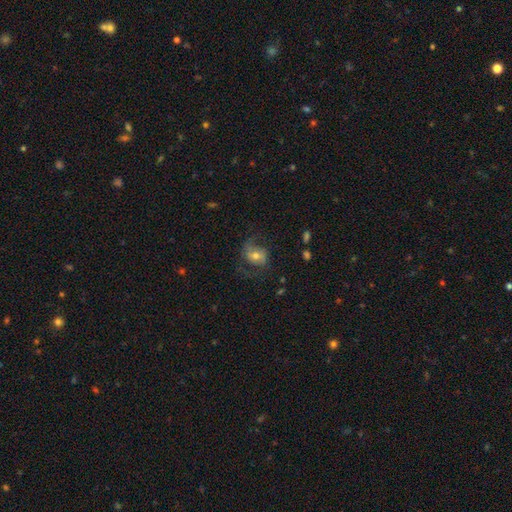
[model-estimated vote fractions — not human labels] A featured or disk galaxy (56%) with no bar (48%), spiral arms (84%) and a moderate central bulge (59%).

Vote fractions:
- Smooth or featured? featured or disk: 56% / smooth: 35% / star or artifact: 10%
- Edge-on disk? no: 96% / yes: 4%
- Bar? no: 48% / weak: 36% / strong: 16%
- Spiral arms? yes: 84% / no: 16%
- Bulge size? moderate: 59% / small: 29% / large: 8% / none: 2% / dominant: 2%
- Merging? none: 58% / major disturbance: 20% / minor disturbance: 20% / merger: 2%